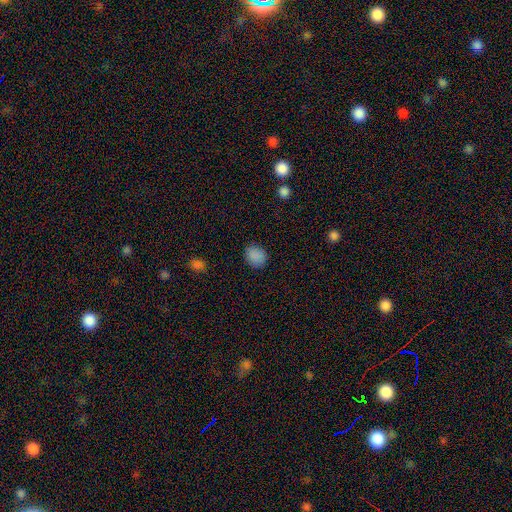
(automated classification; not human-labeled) A smooth galaxy with no disk features (86%) that is round (58%).

Vote fractions:
- Smooth or featured? smooth: 86% / star or artifact: 10% / featured or disk: 3%
- How rounded? round: 58% / in between: 41% / cigar-shaped: 1%
- Merging? none: 86% / minor disturbance: 10% / major disturbance: 3% / merger: 1%